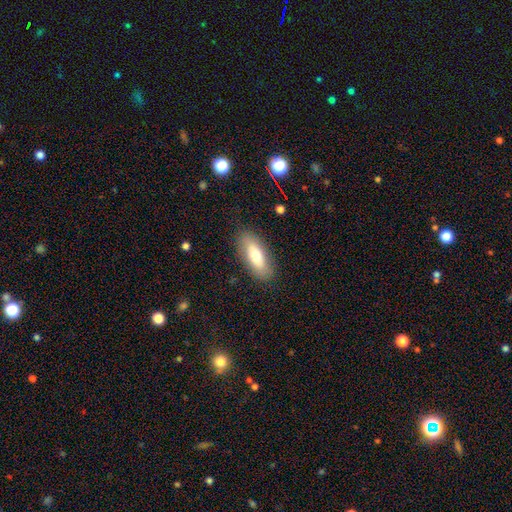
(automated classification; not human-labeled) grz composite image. It shows a smooth galaxy with no disk features (67%) that is in between round and cigar-shaped (76%). Merging: none (85%).